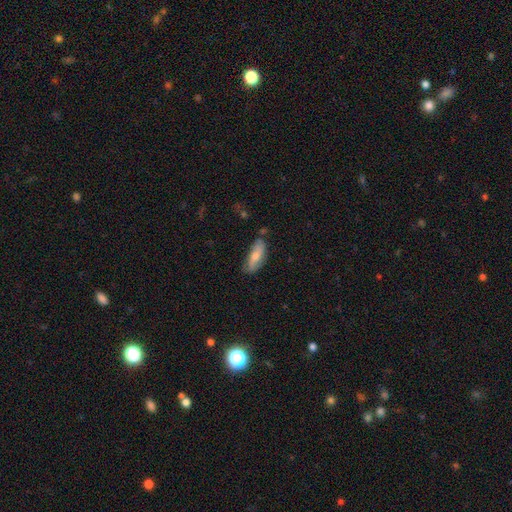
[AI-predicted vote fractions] Smooth or featured?
  - smooth: 60% *
  - featured or disk: 34%
  - star or artifact: 6%
How rounded?
  - in between: 68% *
  - cigar-shaped: 30%
  - round: 2%
Merging?
  - none: 71% *
  - minor disturbance: 22%
  - major disturbance: 4%
  - merger: 3%